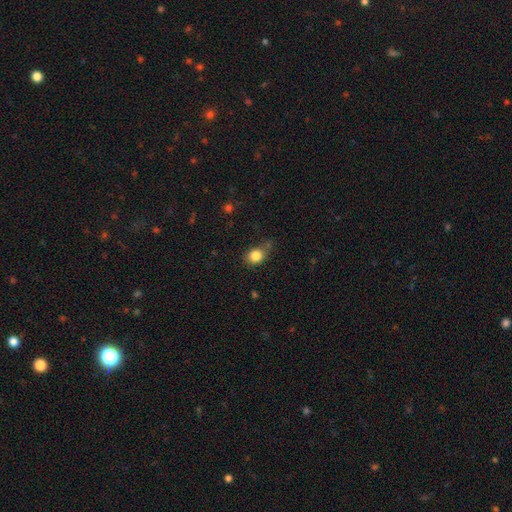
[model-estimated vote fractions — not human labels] smooth 83%, star or artifact 10%, featured or disk 6%. Down the decision tree: how rounded — round (63%); merging — none (62%).